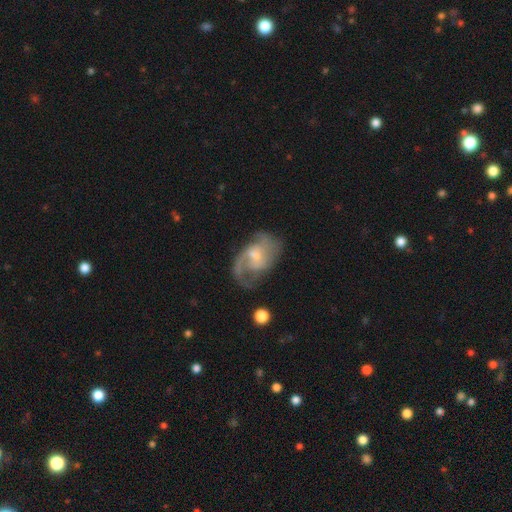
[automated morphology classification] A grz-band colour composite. It shows a featured or disk galaxy (79%) with a weak bar (49%), 2 (55%) medium (47%) spiral arms (90%) and a small central bulge (51%). Merging: none (50%).